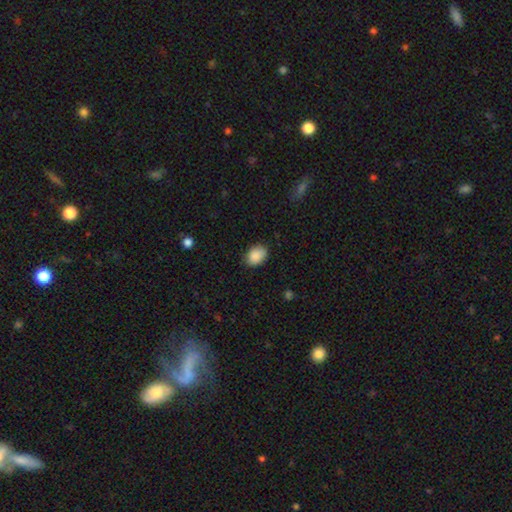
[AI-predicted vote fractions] smooth_or_featured: smooth (p=0.88) [alt: star or artifact p=0.07]
how_rounded: in between (p=0.73) [alt: round p=0.26]
merging: none (p=0.80) [alt: minor disturbance p=0.16]